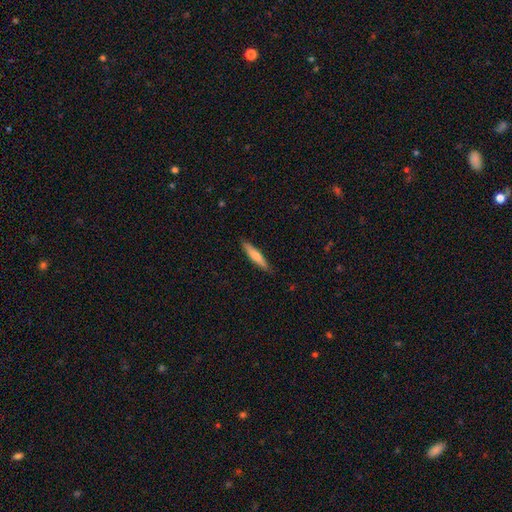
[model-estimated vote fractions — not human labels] Smooth or featured? smooth (65%)
How rounded? cigar-shaped (88%)
Merging? none (88%)